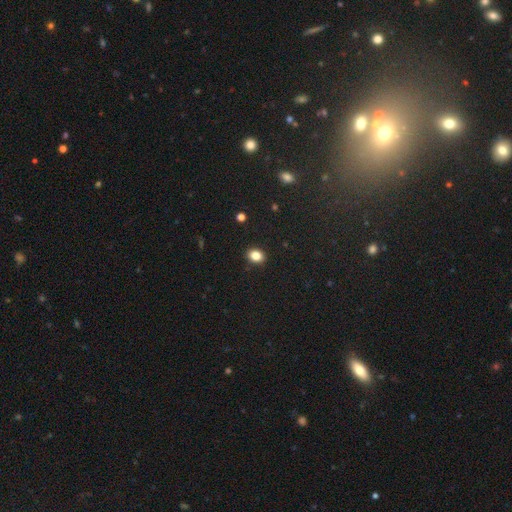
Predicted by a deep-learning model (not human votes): This appears to be a smooth galaxy with no disk features (84%) that is in between round and cigar-shaped (60%). Merging: none (90%).